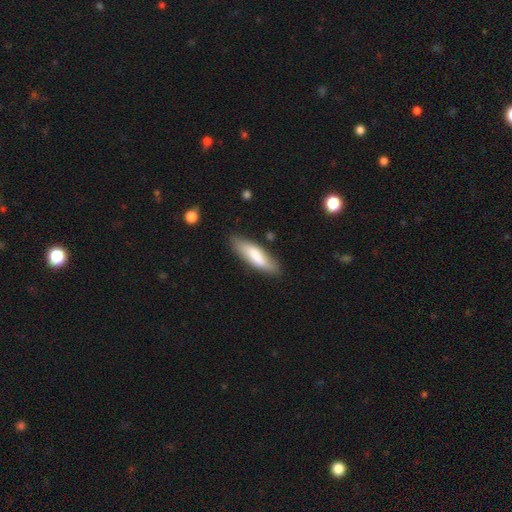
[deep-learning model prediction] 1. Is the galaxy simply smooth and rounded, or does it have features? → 74% smooth, 20% featured or disk, 6% star or artifact.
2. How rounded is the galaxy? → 54% cigar-shaped, 45% in between, 2% round.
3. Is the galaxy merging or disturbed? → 80% none, 14% minor disturbance, 3% major disturbance, 2% merger.